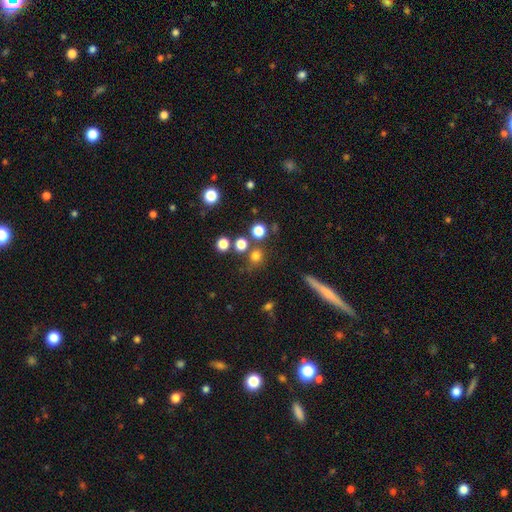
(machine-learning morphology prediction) This is likely a smooth galaxy (74%). How rounded: clearly round (86%). Merging: likely none (69%).